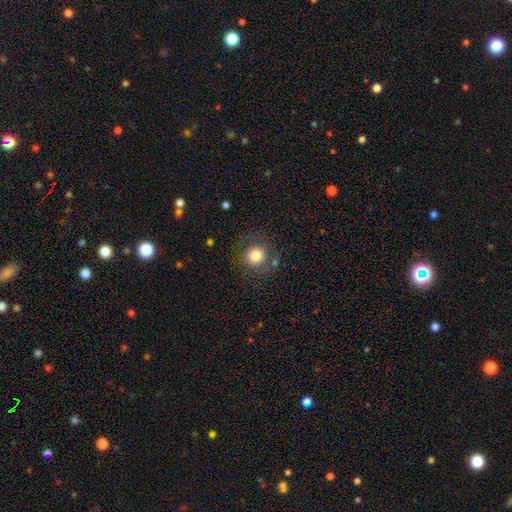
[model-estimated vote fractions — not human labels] smooth-or-featured: smooth: 80% | star or artifact: 11% | featured or disk: 9%
  how-rounded: round: 91% | in between: 8% | cigar-shaped: 1%
  merging: none: 81% | minor disturbance: 11% | major disturbance: 5% | merger: 3%